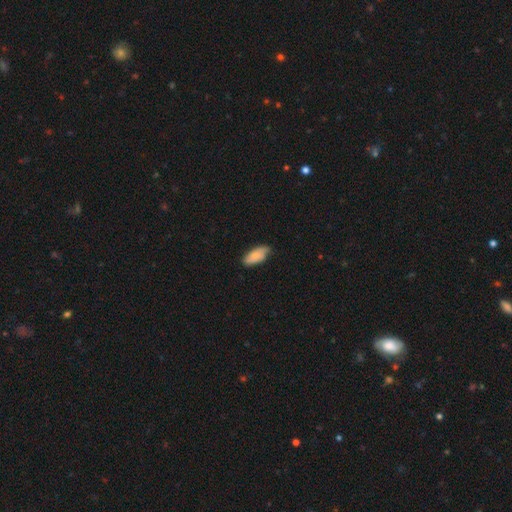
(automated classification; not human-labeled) Smooth or featured?
  - smooth: 81% *
  - featured or disk: 14%
  - star or artifact: 6%
How rounded?
  - in between: 85% *
  - cigar-shaped: 13%
  - round: 2%
Merging?
  - none: 77% *
  - minor disturbance: 19%
  - major disturbance: 3%
  - merger: 1%